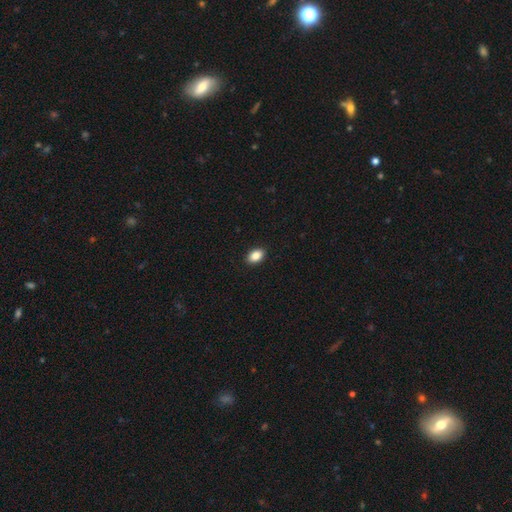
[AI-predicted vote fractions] smooth-or-featured: smooth: 87% | star or artifact: 8% | featured or disk: 4%
  how-rounded: in between: 87% | round: 11% | cigar-shaped: 1%
  merging: none: 91% | minor disturbance: 7% | major disturbance: 2% | merger: 1%